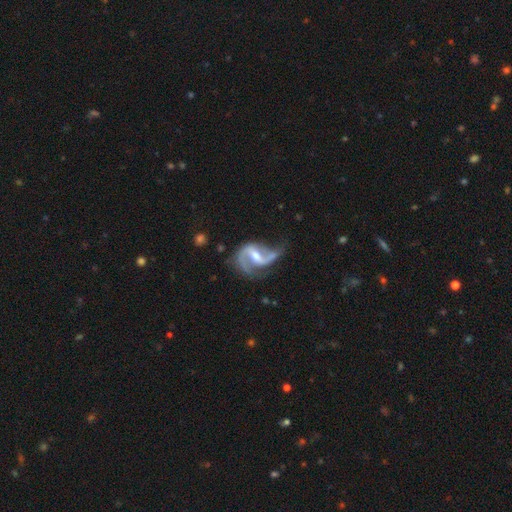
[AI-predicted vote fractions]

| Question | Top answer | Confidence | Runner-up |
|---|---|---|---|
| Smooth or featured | featured or disk | 91% | smooth (5%) |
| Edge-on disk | no | 98% | yes (2%) |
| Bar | weak | 43% | strong (38%) |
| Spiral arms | yes | 97% | no (3%) |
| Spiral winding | medium | 45% | loose (44%) |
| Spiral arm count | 2 | 89% | 1 (5%) |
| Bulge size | moderate | 66% | small (28%) |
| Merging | none | 51% | minor disturbance (25%) |